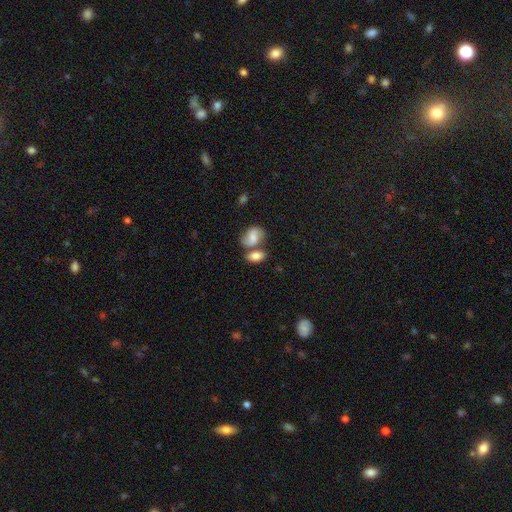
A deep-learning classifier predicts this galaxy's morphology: A smooth galaxy with no disk features (74%) that is in between round and cigar-shaped (84%).

Vote fractions:
- Smooth or featured? smooth: 74% / featured or disk: 18% / star or artifact: 8%
- How rounded? in between: 84% / round: 12% / cigar-shaped: 4%
- Merging? none: 42% / merger: 40% / minor disturbance: 13% / major disturbance: 5%